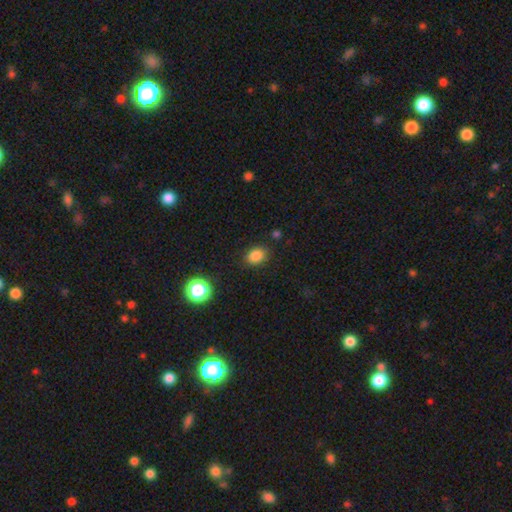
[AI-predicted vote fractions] The model was most divided on "how rounded": in between: 66%, round: 33%, cigar-shaped: 1%. More confident: smooth or featured — smooth (84%); merging — none (83%).